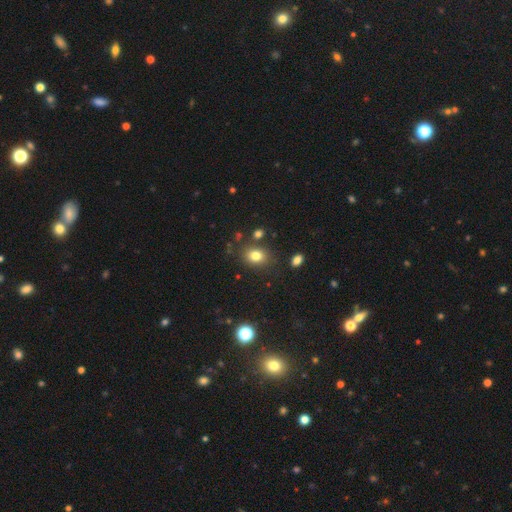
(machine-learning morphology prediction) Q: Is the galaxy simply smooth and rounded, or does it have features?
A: smooth — 79%.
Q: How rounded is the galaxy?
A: in between — 58%.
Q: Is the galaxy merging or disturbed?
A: none — 79%.